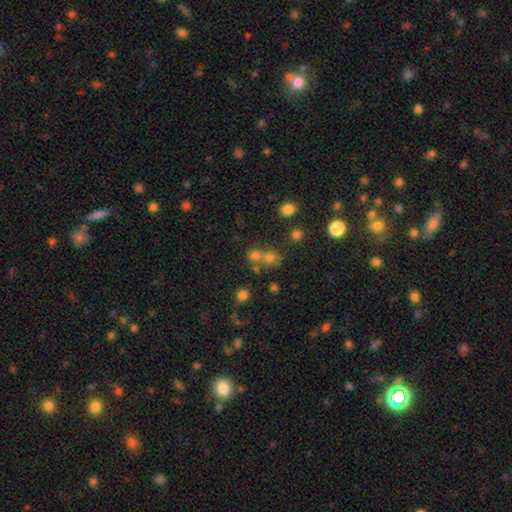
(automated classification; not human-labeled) smooth 64%, star or artifact 23%, featured or disk 14%. Down the decision tree: how rounded — round (78%); merging — merger (45%).